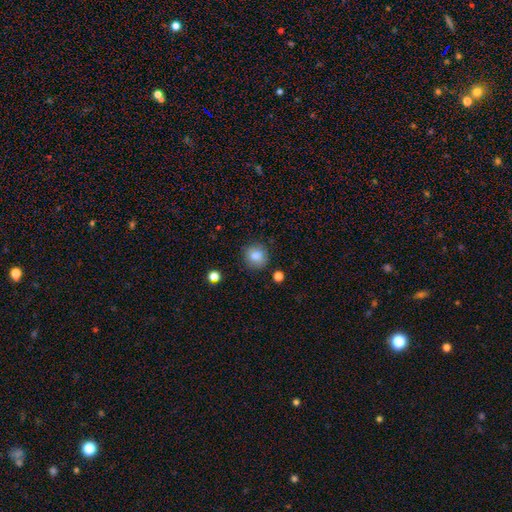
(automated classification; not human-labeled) smooth-or-featured: smooth: 83% | star or artifact: 10% | featured or disk: 7%
  how-rounded: round: 89% | in between: 10% | cigar-shaped: 1%
  merging: none: 86% | minor disturbance: 10% | major disturbance: 3% | merger: 2%